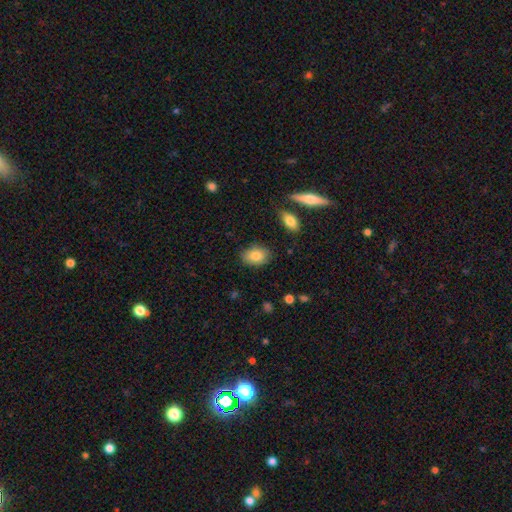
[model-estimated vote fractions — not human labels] A smooth galaxy with no disk features (84%) that is in between round and cigar-shaped (82%). Merging: none (84%).